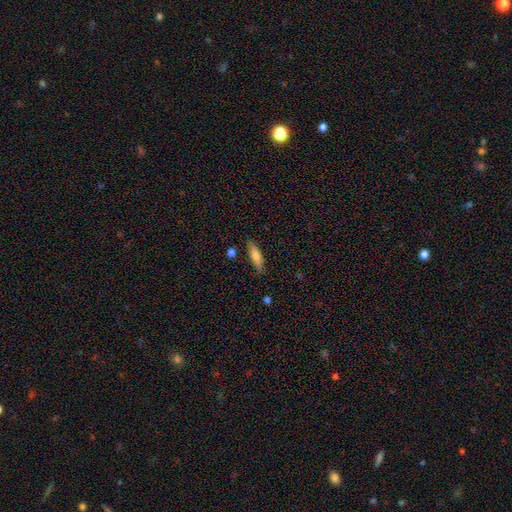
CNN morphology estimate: type=smooth (73%); roundness=cigar-shaped (66%); merging=none (83%).